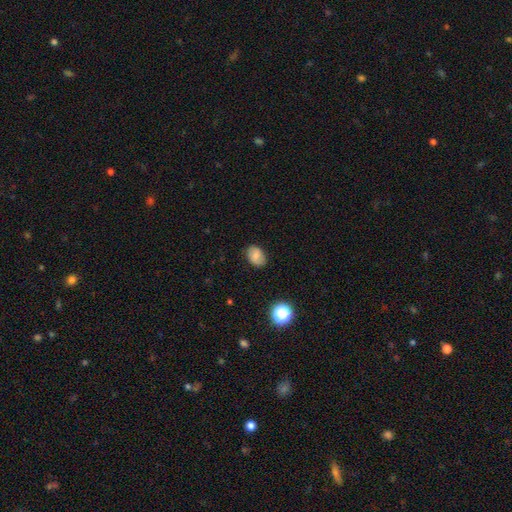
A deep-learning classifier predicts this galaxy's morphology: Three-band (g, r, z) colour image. It shows a smooth galaxy with no disk features (76%) that is in between round and cigar-shaped (78%). Merging: none (83%).